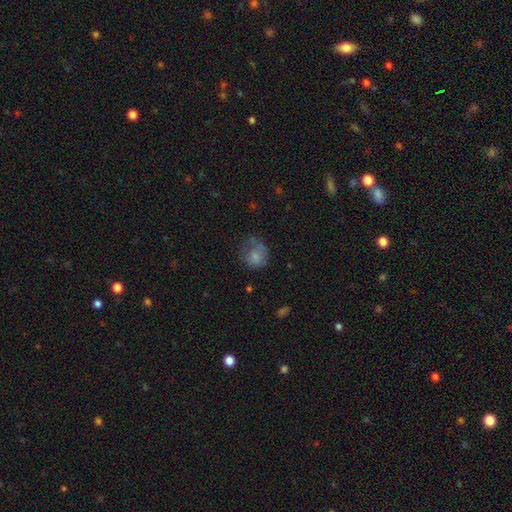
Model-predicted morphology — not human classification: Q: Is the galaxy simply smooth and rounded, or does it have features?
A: smooth — 70%.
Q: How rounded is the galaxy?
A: round — 72%.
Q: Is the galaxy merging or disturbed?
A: none — 41%.